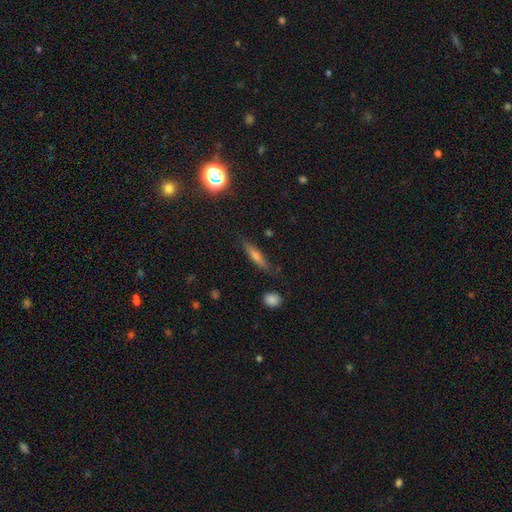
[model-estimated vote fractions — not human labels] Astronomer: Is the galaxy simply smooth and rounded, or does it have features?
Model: smooth — 52% (runner-up: featured or disk, 36%).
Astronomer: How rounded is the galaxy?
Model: cigar-shaped — 77%.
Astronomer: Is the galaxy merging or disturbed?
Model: none — 81%.